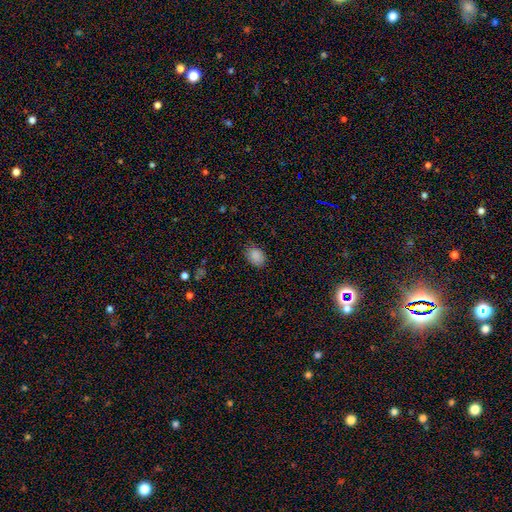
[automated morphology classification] Smooth or featured? Predicted: smooth (p=0.87). How rounded? Predicted: in between (p=0.76). Merging? Predicted: none (p=0.78).